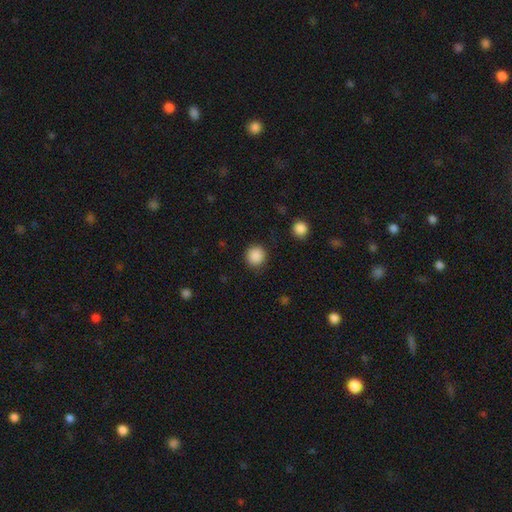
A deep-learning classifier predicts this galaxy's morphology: type=smooth (88%); roundness=round (93%); merging=none (89%).